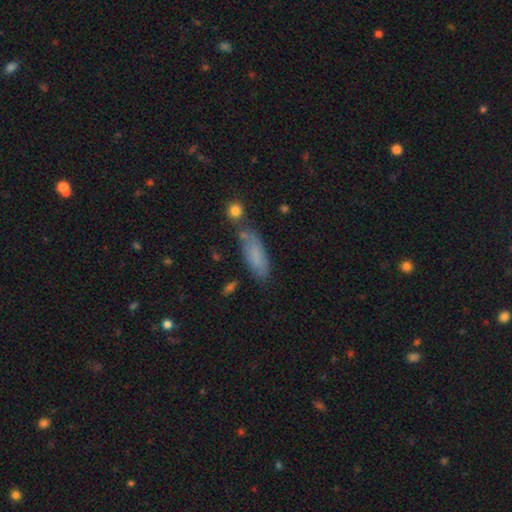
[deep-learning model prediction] smooth_or_featured: smooth (p=0.79) [alt: featured or disk p=0.13]
how_rounded: in between (p=0.61) [alt: cigar-shaped p=0.37]
merging: none (p=0.66) [alt: minor disturbance p=0.20]